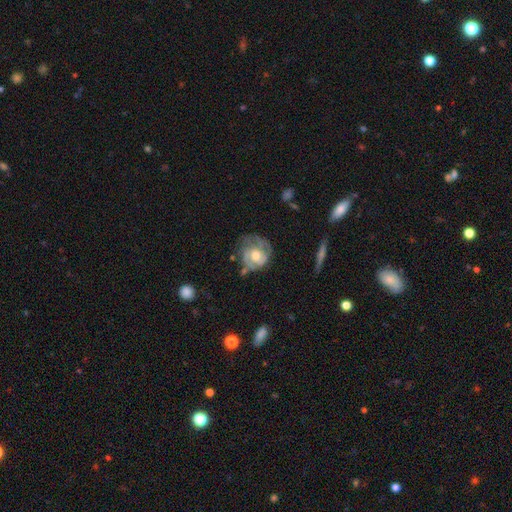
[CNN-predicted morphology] Smooth or featured?
  - featured or disk: 71% *
  - smooth: 23%
  - star or artifact: 6%
Edge-on disk?
  - no: 97% *
  - yes: 3%
Bar?
  - no: 75% *
  - weak: 21%
  - strong: 4%
Spiral arms?
  - yes: 82% *
  - no: 18%
Spiral winding?
  - tight: 54% *
  - medium: 34%
  - loose: 11%
Spiral arm count?
  - 2: 33% *
  - can't tell: 31%
  - 3: 22%
  - 1: 6%
  - 4: 4%
  - more than 4: 3%
Bulge size?
  - moderate: 70% *
  - large: 14%
  - small: 13%
  - none: 2%
  - dominant: 1%
Merging?
  - none: 56% *
  - minor disturbance: 26%
  - major disturbance: 15%
  - merger: 3%